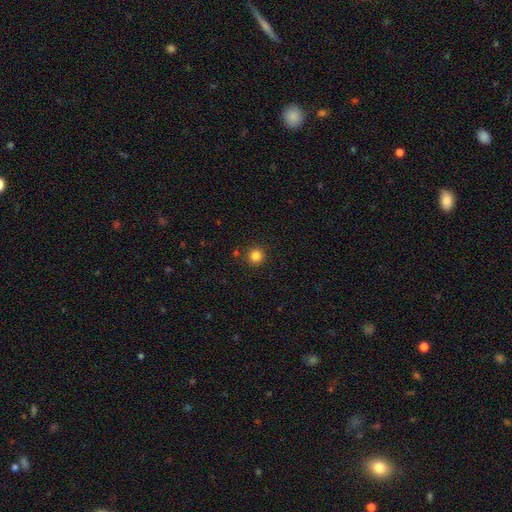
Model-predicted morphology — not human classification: Smooth or featured?
  - smooth: 83% *
  - star or artifact: 12%
  - featured or disk: 4%
How rounded?
  - round: 95% *
  - in between: 4%
  - cigar-shaped: 1%
Merging?
  - none: 91% *
  - minor disturbance: 5%
  - merger: 2%
  - major disturbance: 2%